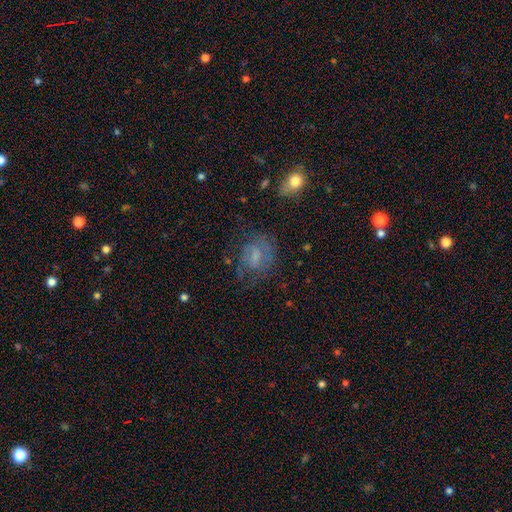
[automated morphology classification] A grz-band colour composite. It shows a featured or disk galaxy (44%). Merging: none (53%).